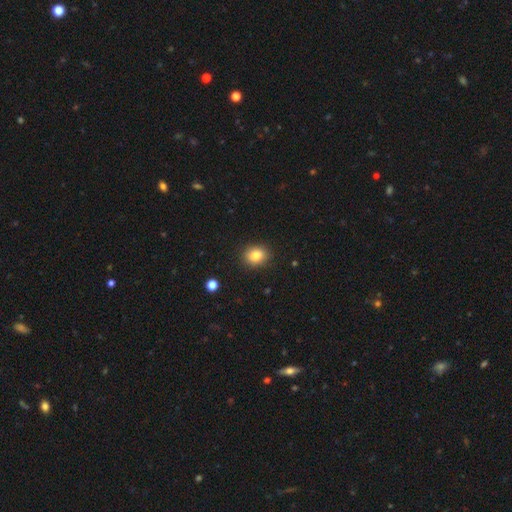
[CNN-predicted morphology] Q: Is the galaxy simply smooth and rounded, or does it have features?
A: smooth — 82%.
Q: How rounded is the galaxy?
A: round — 66%.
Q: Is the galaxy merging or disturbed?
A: none — 90%.